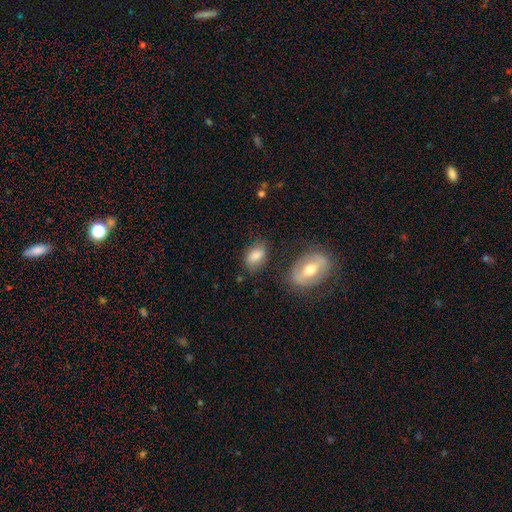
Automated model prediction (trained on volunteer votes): The model was most divided on "merging": none: 67%, minor disturbance: 22%, major disturbance: 6%, merger: 5%. More confident: how rounded — in between (88%); smooth or featured — smooth (77%).